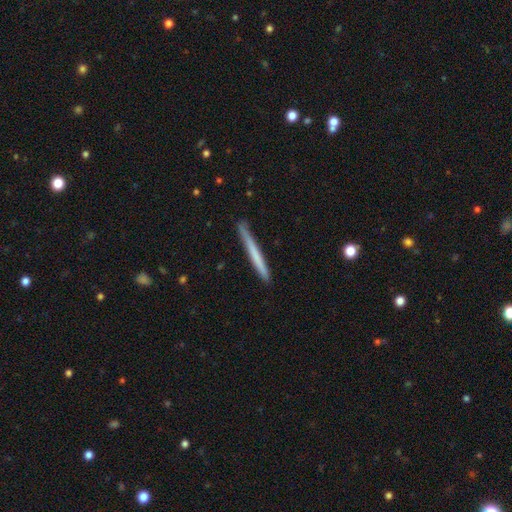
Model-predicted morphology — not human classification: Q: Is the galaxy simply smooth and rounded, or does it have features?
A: smooth — 60%.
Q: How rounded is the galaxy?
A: cigar-shaped — 97%.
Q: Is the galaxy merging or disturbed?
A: none — 87%.